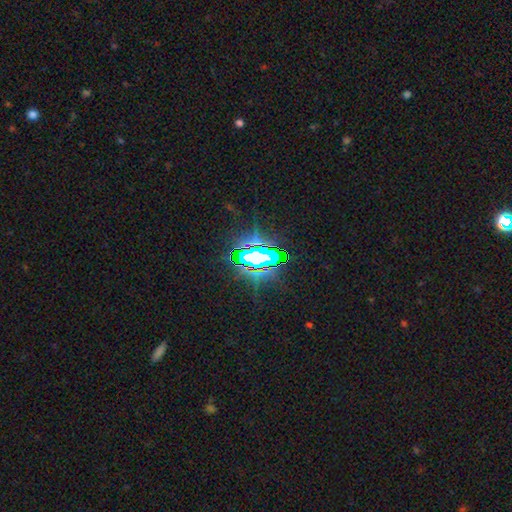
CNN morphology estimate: Smooth or featured: star or artifact — 77% (featured or disk — 12%)